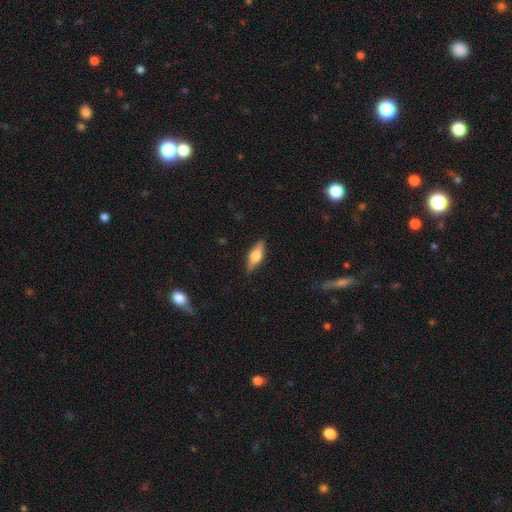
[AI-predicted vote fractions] Q: Smooth or featured?
A: smooth (49%); runner-up: featured or disk (45%)
Q: Merging?
A: none (86%); runner-up: minor disturbance (11%)